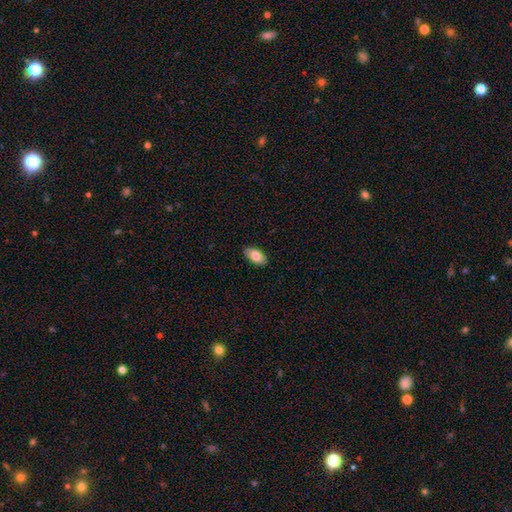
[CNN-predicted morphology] Overall: smooth (83%). How rounded: in between (93%). Merging: none (86%).